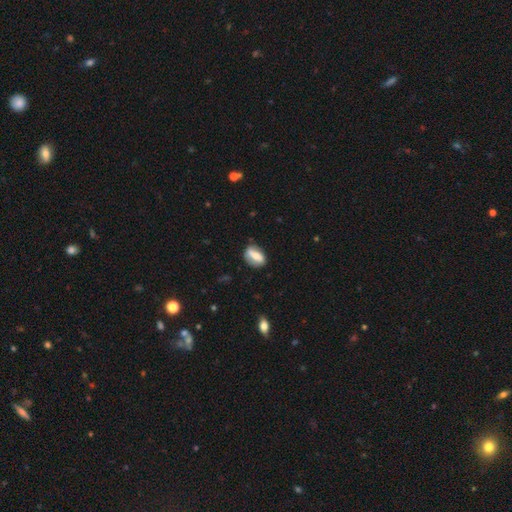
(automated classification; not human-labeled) Smooth or featured? Predicted: smooth (p=0.50). Merging? Predicted: none (p=0.68).